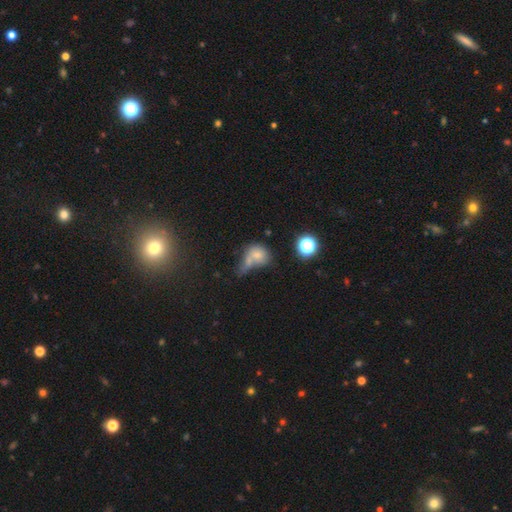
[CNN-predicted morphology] smooth_or_featured: smooth (p=0.69) [alt: featured or disk p=0.16]
how_rounded: round (p=0.57) [alt: in between p=0.41]
merging: merger (p=0.49) [alt: none p=0.24]